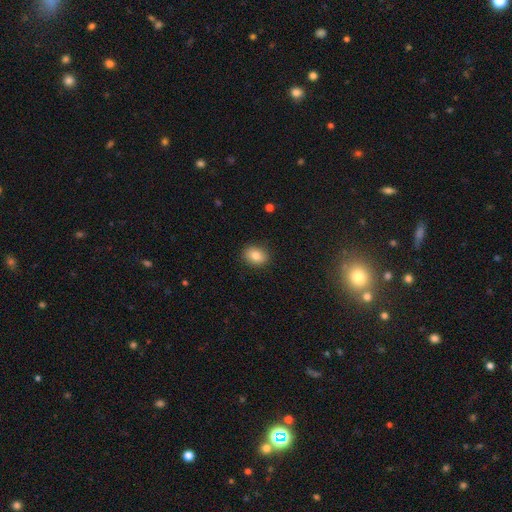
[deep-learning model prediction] smooth_or_featured: smooth (p=0.83) [alt: star or artifact p=0.09]
how_rounded: in between (p=0.57) [alt: round p=0.42]
merging: none (p=0.89) [alt: minor disturbance p=0.08]